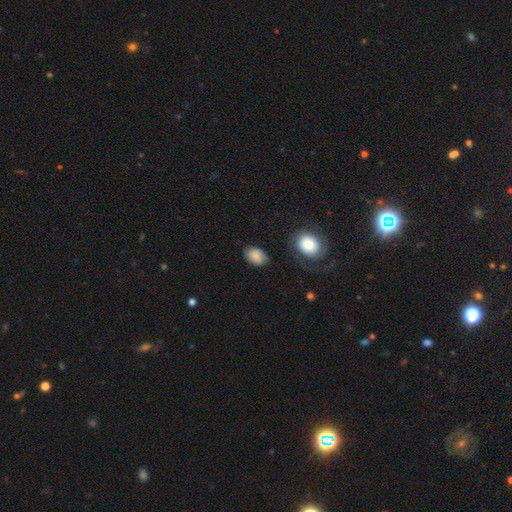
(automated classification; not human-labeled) This appears to be a smooth galaxy with no disk features (78%) that is in between round and cigar-shaped (85%). Merging: none (75%).